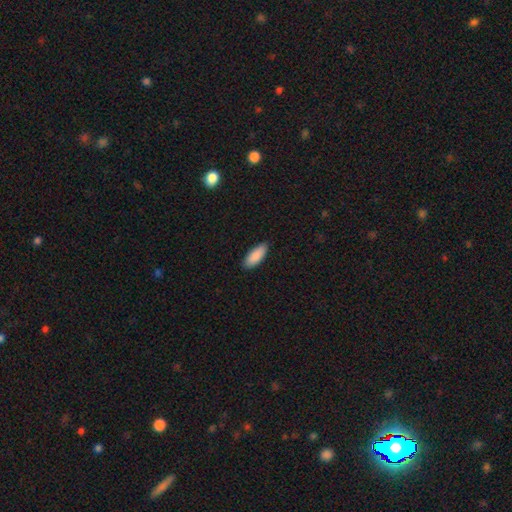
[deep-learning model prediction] Smooth or featured? Predicted: smooth (p=0.90). How rounded? Predicted: in between (p=0.78). Merging? Predicted: none (p=0.88).